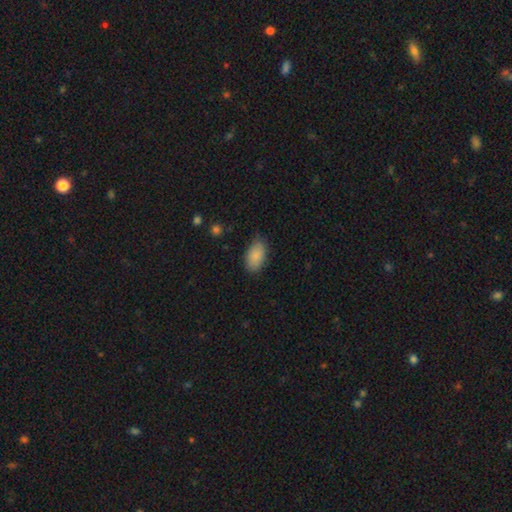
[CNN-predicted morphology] A smooth galaxy with no disk features (87%) that is in between round and cigar-shaped (93%). Merging: none (77%).